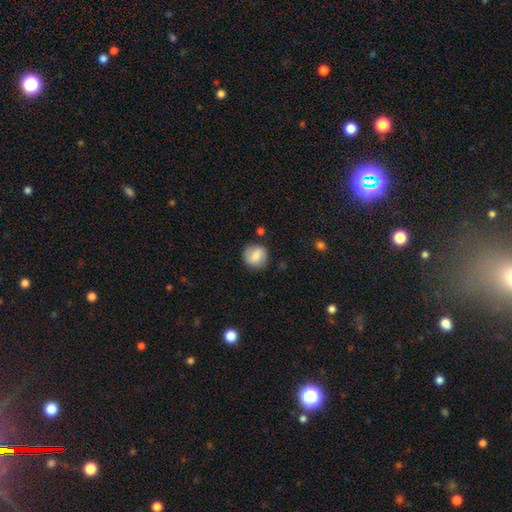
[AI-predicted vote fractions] Smooth or featured? Predicted: smooth (p=0.73). How rounded? Predicted: round (p=0.86). Merging? Predicted: none (p=0.81).